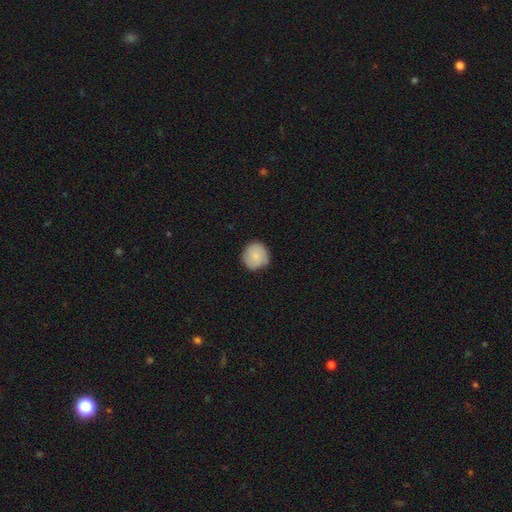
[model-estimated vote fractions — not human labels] The model was most divided on "smooth or featured": smooth: 74%, featured or disk: 19%, star or artifact: 7%. More confident: how rounded — round (91%); merging — none (85%).